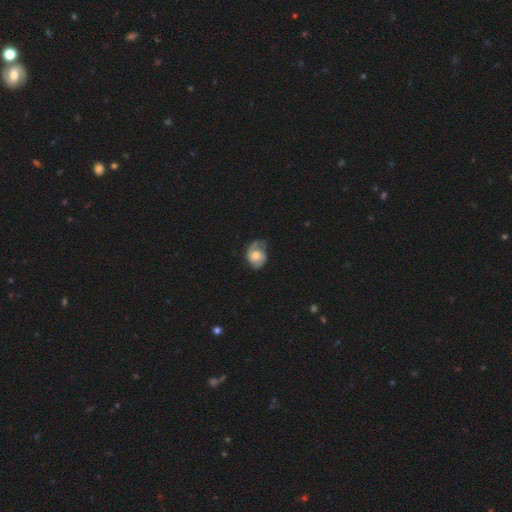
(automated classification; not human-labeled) smooth-or-featured: featured or disk: 58% | smooth: 35% | star or artifact: 7%
  disk-edge-on: no: 97% | yes: 3%
    bar: no: 73% | weak: 23% | strong: 4%
    has-spiral-arms: yes: 84% | no: 16%
    bulge-size: moderate: 58% | small: 19% | large: 18% | none: 3% | dominant: 2%
  merging: none: 51% | minor disturbance: 29% | major disturbance: 18% | merger: 2%